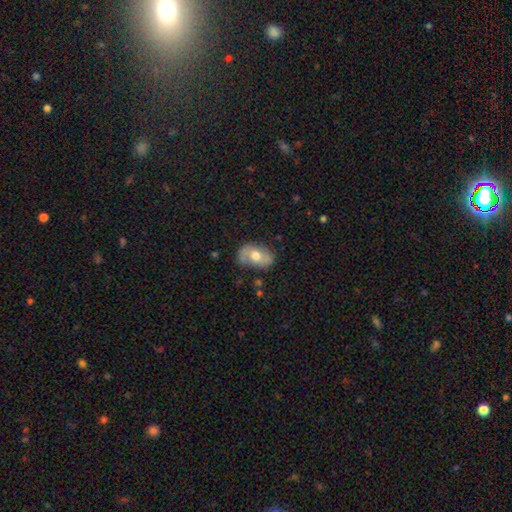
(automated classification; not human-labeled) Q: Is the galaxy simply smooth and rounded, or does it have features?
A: smooth — 50%.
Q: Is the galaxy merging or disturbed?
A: none — 67%.